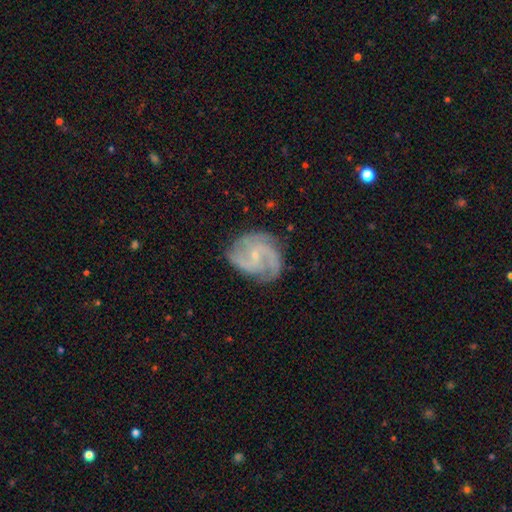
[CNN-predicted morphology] This is clearly a featured or disk galaxy (87%). It is clearly not viewed edge-on (98%). Bar: possibly no (56%). Spiral arm pattern: clearly yes (97%). Spiral arm count: marginally 2 (39%). Spiral winding: possibly medium (51%). Central bulge: likely small (80%). Merging: likely none (74%).